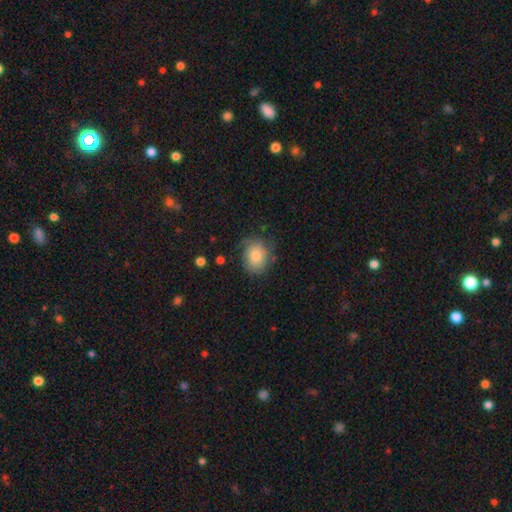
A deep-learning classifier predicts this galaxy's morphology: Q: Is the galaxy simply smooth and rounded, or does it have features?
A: smooth — 75%.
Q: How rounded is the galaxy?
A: round — 52%.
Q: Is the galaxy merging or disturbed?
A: none — 64%.